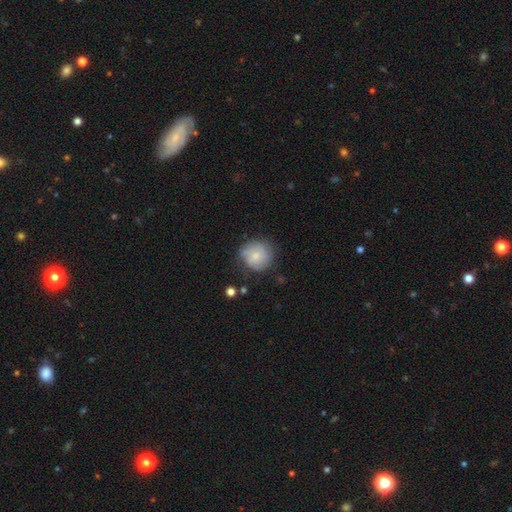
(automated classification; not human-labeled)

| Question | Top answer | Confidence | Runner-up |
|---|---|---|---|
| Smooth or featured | smooth | 66% | featured or disk (26%) |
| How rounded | round | 86% | in between (13%) |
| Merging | none | 65% | minor disturbance (25%) |